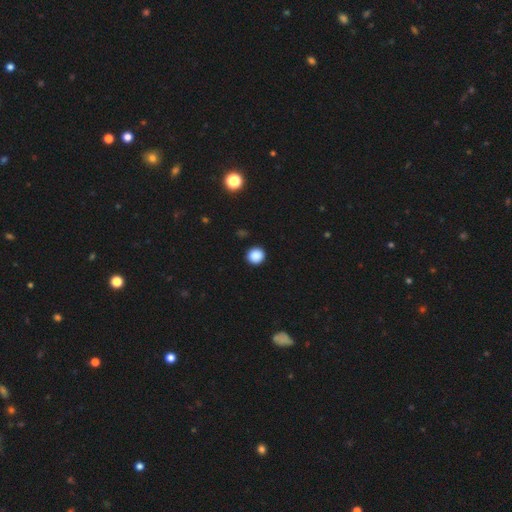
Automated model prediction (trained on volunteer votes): Smooth or featured?
  - smooth: 88% *
  - star or artifact: 10%
  - featured or disk: 2%
How rounded?
  - round: 90% *
  - in between: 9%
  - cigar-shaped: 1%
Merging?
  - none: 92% *
  - minor disturbance: 6%
  - major disturbance: 2%
  - merger: 1%